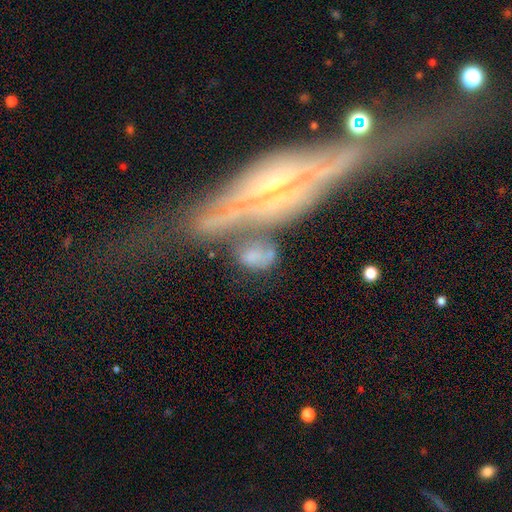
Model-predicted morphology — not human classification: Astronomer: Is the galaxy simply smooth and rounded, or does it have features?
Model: smooth — 43%, tied with featured or disk at 43%.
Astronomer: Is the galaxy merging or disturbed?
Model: none — 38% (runner-up: merger, 29%).